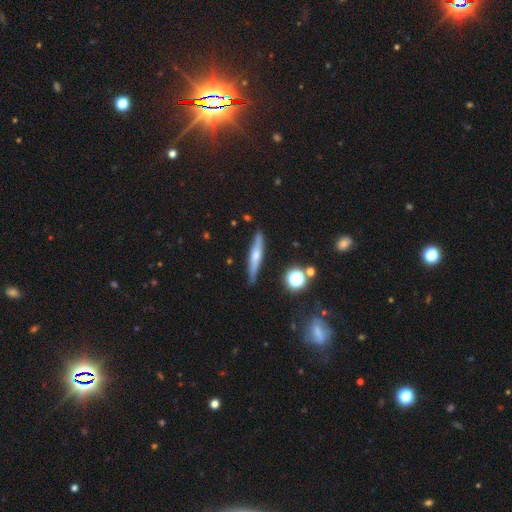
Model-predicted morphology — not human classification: Smooth or featured? Predicted: featured or disk (p=0.50). Merging? Predicted: none (p=0.86).